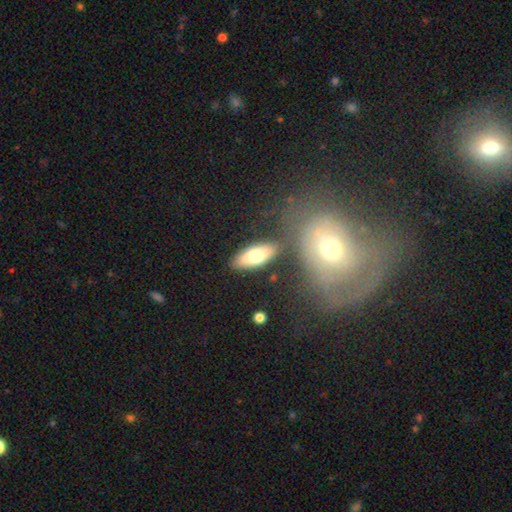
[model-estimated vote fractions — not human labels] The model was most divided on "smooth or featured": smooth: 71%, featured or disk: 22%, star or artifact: 6%. More confident: merging — none (81%); how rounded — in between (79%).